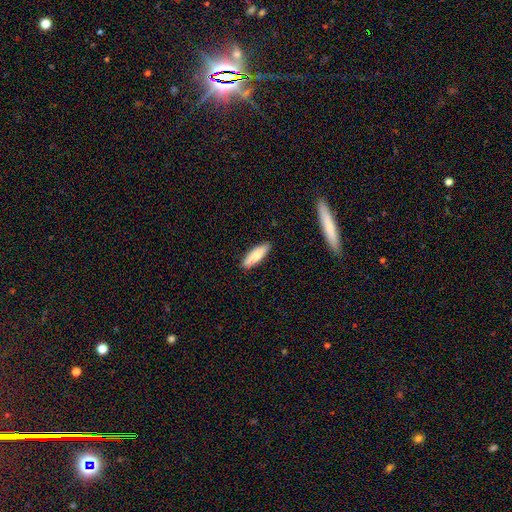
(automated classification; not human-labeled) smooth_or_featured: smooth (p=0.79) [alt: featured or disk p=0.15]
how_rounded: cigar-shaped (p=0.51) [alt: in between p=0.47]
merging: none (p=0.87) [alt: minor disturbance p=0.10]